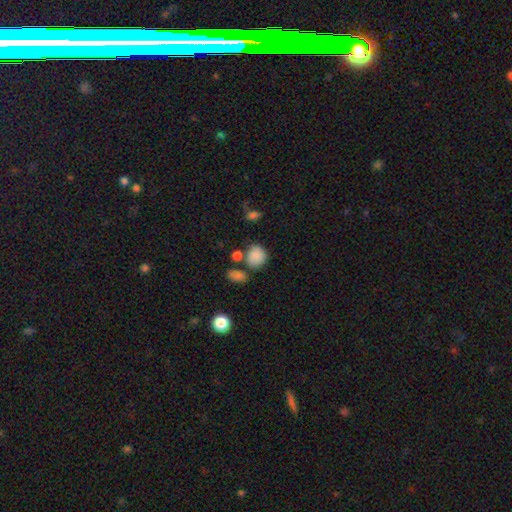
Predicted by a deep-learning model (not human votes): Q: Smooth or featured?
A: smooth (84%); runner-up: star or artifact (10%)
Q: How rounded?
A: round (65%); runner-up: in between (34%)
Q: Merging?
A: none (60%); runner-up: merger (18%)